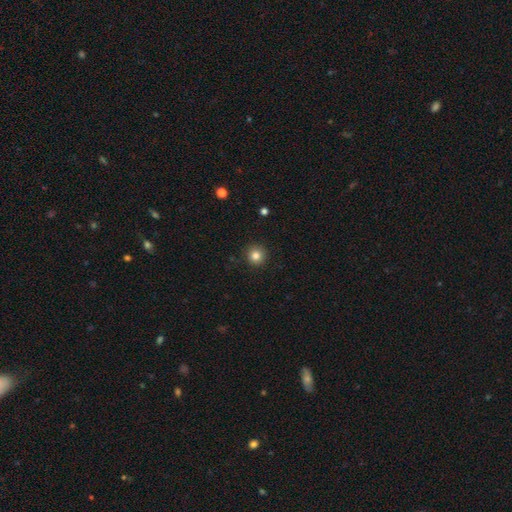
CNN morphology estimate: Q: Smooth or featured?
A: smooth (83%); runner-up: star or artifact (11%)
Q: How rounded?
A: round (95%); runner-up: in between (4%)
Q: Merging?
A: none (91%); runner-up: minor disturbance (6%)